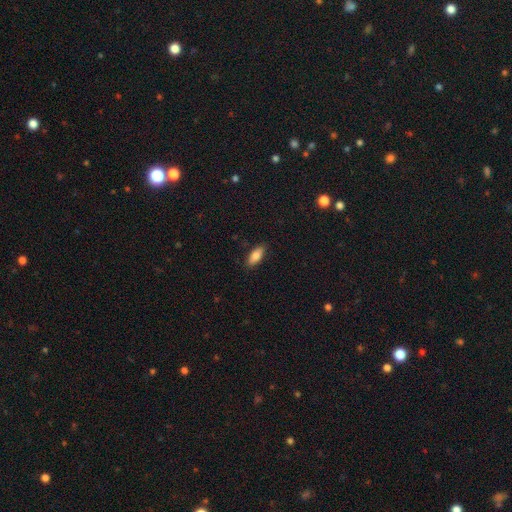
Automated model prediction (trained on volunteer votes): This appears to be a smooth galaxy with no disk features (82%) that is in between round and cigar-shaped (81%). Merging: none (87%).